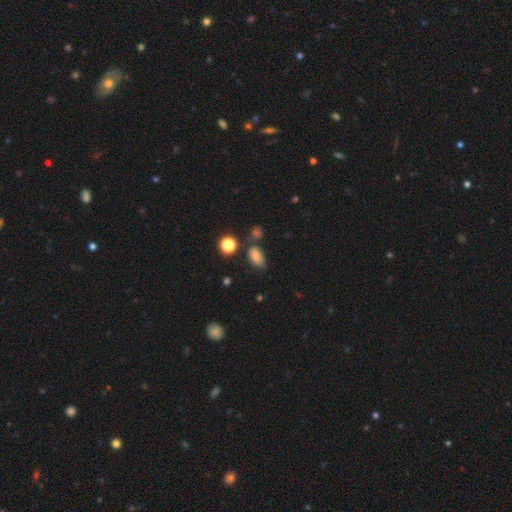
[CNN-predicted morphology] smooth-or-featured: smooth: 70% | featured or disk: 15% | star or artifact: 14%
  how-rounded: in between: 85% | round: 12% | cigar-shaped: 3%
  merging: none: 58% | minor disturbance: 25% | merger: 10% | major disturbance: 7%